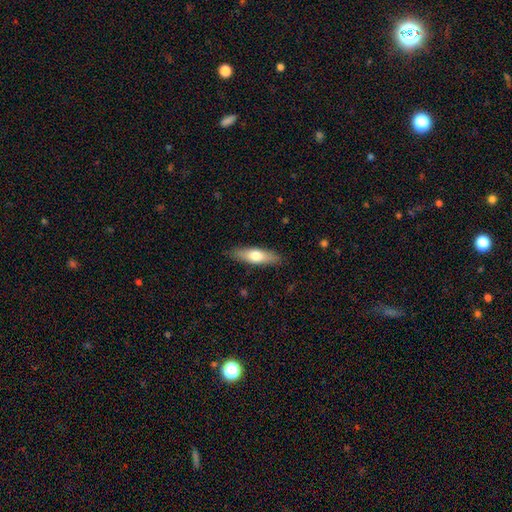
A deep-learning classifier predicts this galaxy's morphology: smooth_or_featured: smooth (p=0.63) [alt: featured or disk p=0.31]
how_rounded: cigar-shaped (p=0.56) [alt: in between p=0.41]
merging: none (p=0.86) [alt: minor disturbance p=0.11]